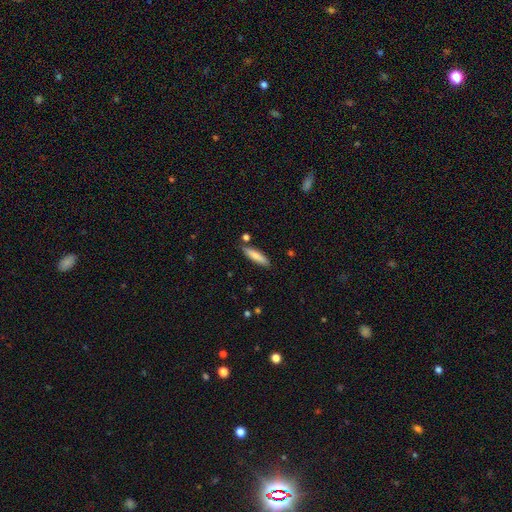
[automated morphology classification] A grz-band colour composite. It shows a smooth galaxy with no disk features (75%) that is cigar-shaped (76%). Merging: none (83%).